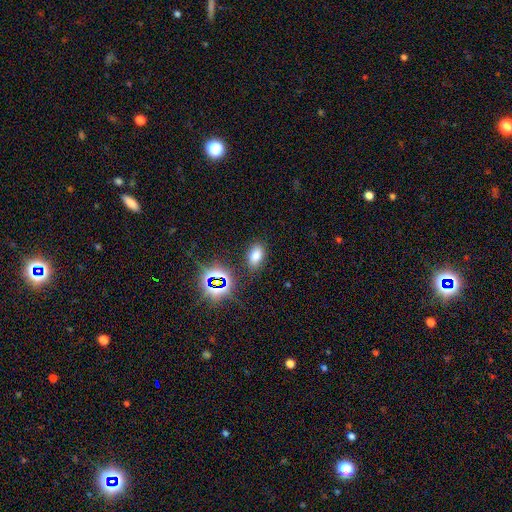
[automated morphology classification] Q: Smooth or featured?
A: smooth (68%); runner-up: star or artifact (24%)
Q: How rounded?
A: in between (88%); runner-up: round (10%)
Q: Merging?
A: none (83%); runner-up: minor disturbance (11%)